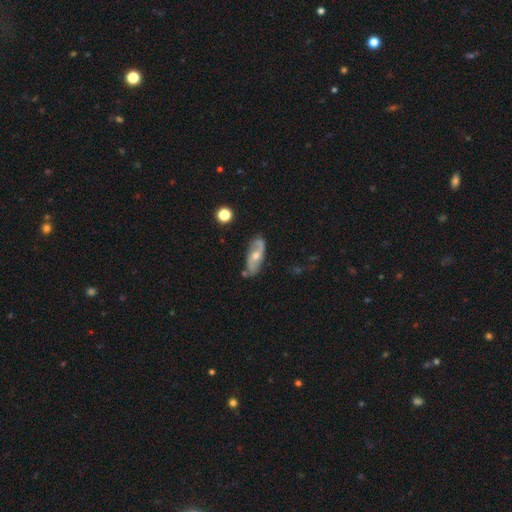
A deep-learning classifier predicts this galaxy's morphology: This is likely a featured or disk galaxy (65%). It is clearly not viewed edge-on (87%). Bar: possibly no (59%). Spiral arm pattern: clearly yes (84%). Central bulge: likely moderate (61%). Merging: likely none (71%).